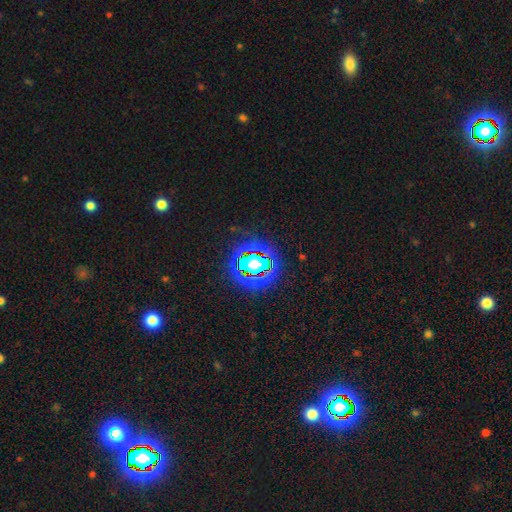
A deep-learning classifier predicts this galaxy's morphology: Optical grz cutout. It shows a star or artifact, not a galaxy (61%).